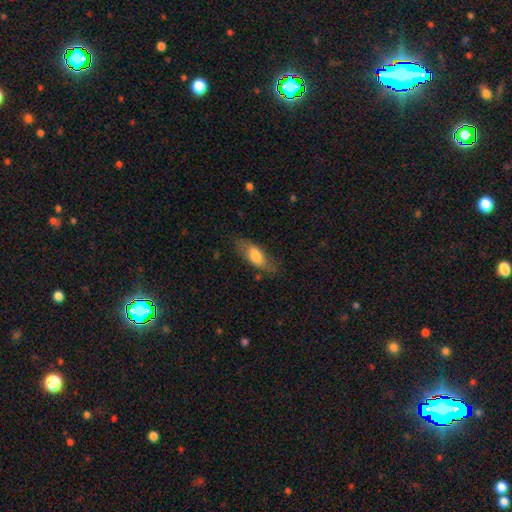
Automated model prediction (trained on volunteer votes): Smooth or featured?
  - smooth: 71% *
  - featured or disk: 23%
  - star or artifact: 6%
How rounded?
  - in between: 79% *
  - cigar-shaped: 18%
  - round: 3%
Merging?
  - none: 66% *
  - minor disturbance: 23%
  - major disturbance: 9%
  - merger: 2%